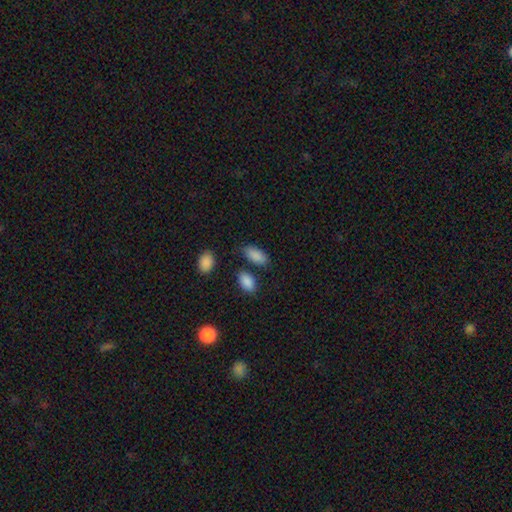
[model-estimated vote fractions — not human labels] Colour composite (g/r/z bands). It shows a smooth galaxy with no disk features (88%) that is in between round and cigar-shaped (94%). Merging: none (74%).